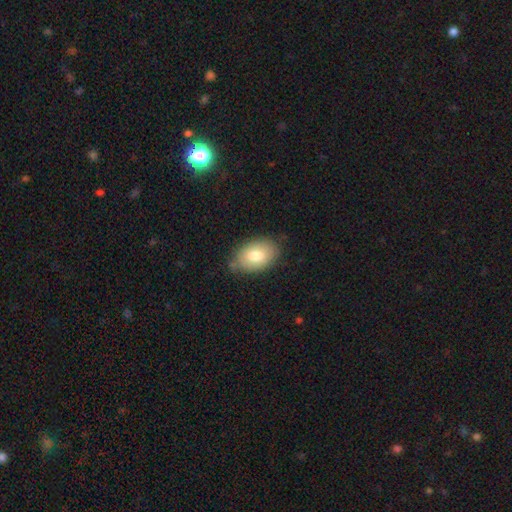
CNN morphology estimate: Q: Smooth or featured?
A: smooth (77%); runner-up: featured or disk (16%)
Q: How rounded?
A: in between (89%); runner-up: round (10%)
Q: Merging?
A: none (76%); runner-up: minor disturbance (19%)